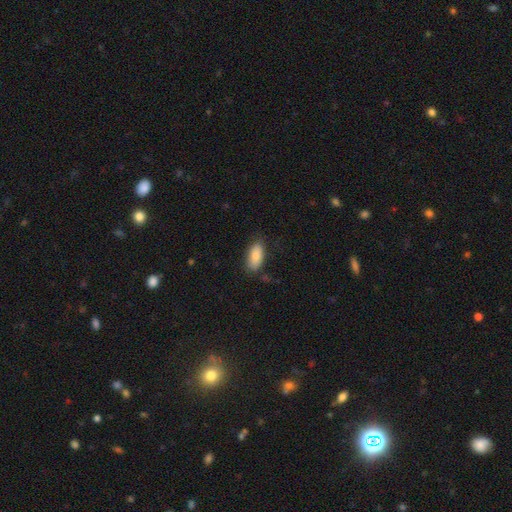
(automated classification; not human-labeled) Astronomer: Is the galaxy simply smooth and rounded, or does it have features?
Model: smooth — 86%.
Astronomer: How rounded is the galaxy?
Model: in between — 87%.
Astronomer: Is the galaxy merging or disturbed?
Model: none — 80%.